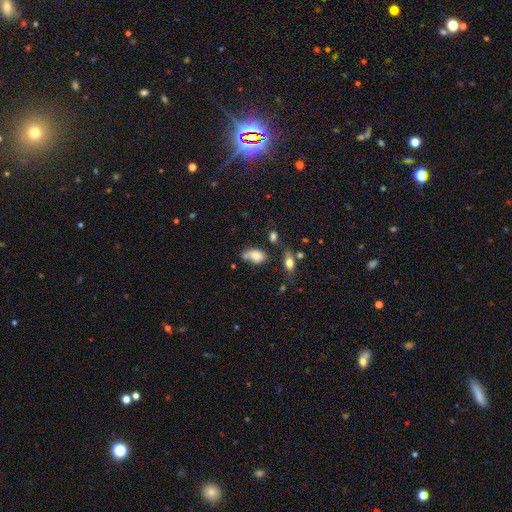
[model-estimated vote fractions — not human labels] Q: Smooth or featured?
A: smooth (78%); runner-up: featured or disk (12%)
Q: How rounded?
A: in between (84%); runner-up: round (13%)
Q: Merging?
A: none (39%); runner-up: minor disturbance (25%)